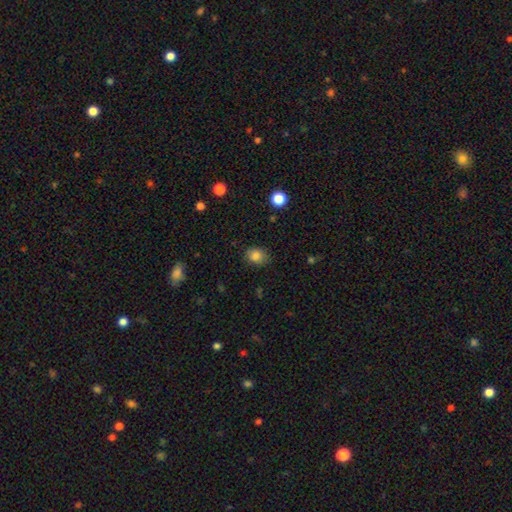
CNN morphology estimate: smooth-or-featured: smooth: 83% | star or artifact: 11% | featured or disk: 6%
  how-rounded: round: 50% | in between: 49% | cigar-shaped: 1%
  merging: none: 82% | minor disturbance: 14% | major disturbance: 3% | merger: 1%